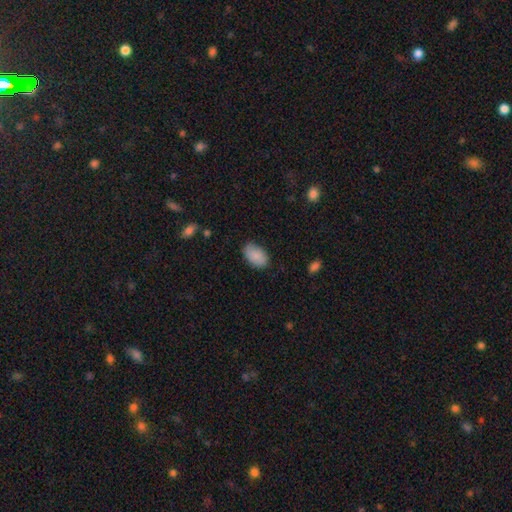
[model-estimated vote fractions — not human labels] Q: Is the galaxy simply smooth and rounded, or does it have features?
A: smooth — 88%.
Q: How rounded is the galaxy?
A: in between — 93%.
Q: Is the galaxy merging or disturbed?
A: none — 82%.